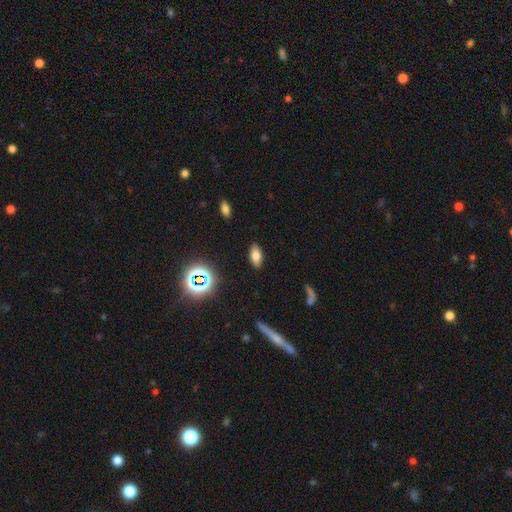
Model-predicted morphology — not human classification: A smooth galaxy with no disk features (72%) that is in between round and cigar-shaped (87%).

Vote fractions:
- Smooth or featured? smooth: 72% / star or artifact: 15% / featured or disk: 13%
- How rounded? in between: 87% / cigar-shaped: 8% / round: 5%
- Merging? none: 88% / minor disturbance: 8% / major disturbance: 2% / merger: 1%